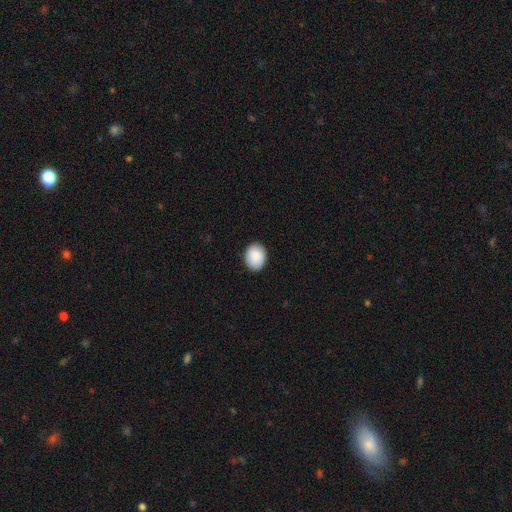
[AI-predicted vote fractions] This is clearly a smooth galaxy (88%). How rounded: possibly in between (51%). Merging: clearly none (88%).